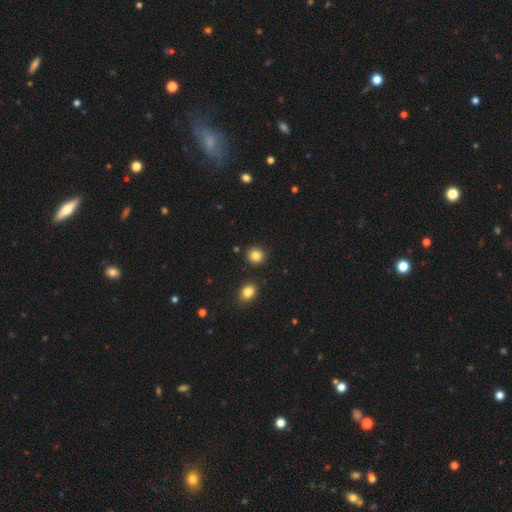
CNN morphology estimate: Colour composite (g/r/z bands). It shows a smooth galaxy with no disk features (85%) that is round (88%). Merging: none (89%).